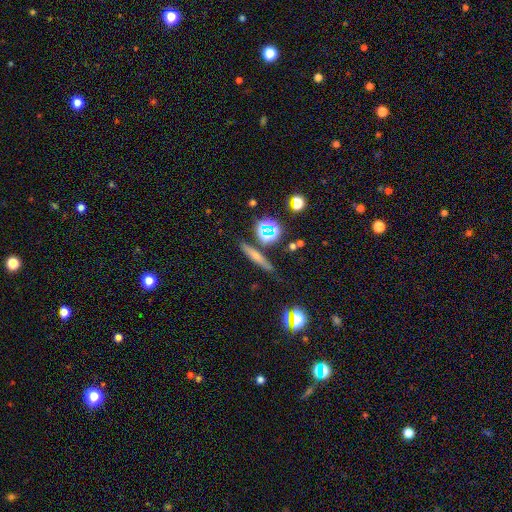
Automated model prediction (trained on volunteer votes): Q: Smooth or featured?
A: featured or disk (42%); runner-up: smooth (39%)
Q: Merging?
A: none (83%); runner-up: minor disturbance (9%)